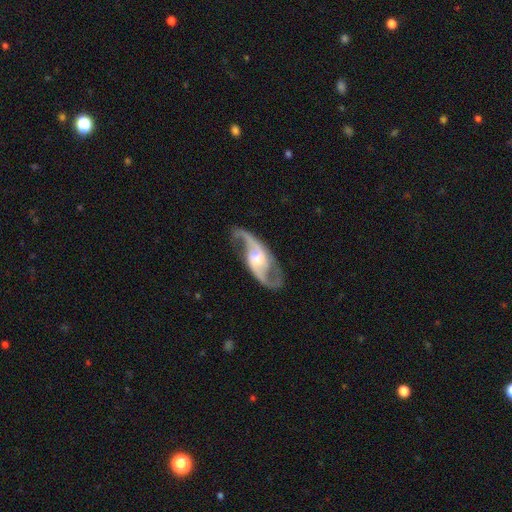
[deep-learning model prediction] Morphology: type=featured or disk (92%); edge-on=no (95%); bar=weak (43%); spiral arms=yes (97%); winding=medium (46%); arm count=2 (94%); bulge=moderate (56%); merging=none (78%).